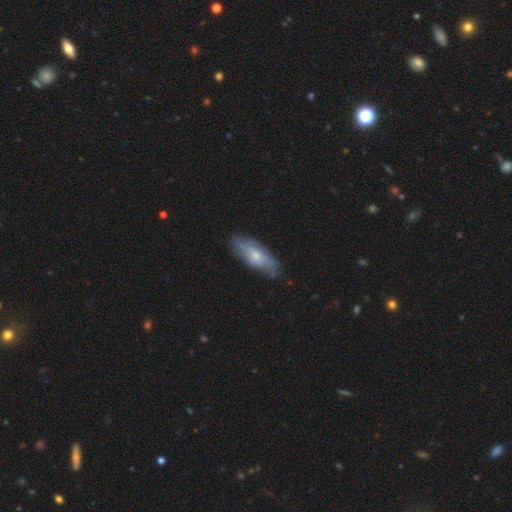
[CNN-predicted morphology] Smooth or featured? Predicted: featured or disk (p=0.52). Edge-on disk? Predicted: no (p=0.78). Merging? Predicted: none (p=0.71).